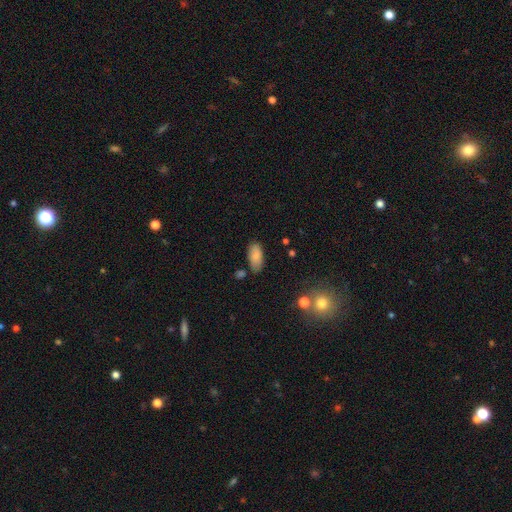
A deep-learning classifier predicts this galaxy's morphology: Overall: smooth (85%). How rounded: in between (92%). Merging: none (77%).